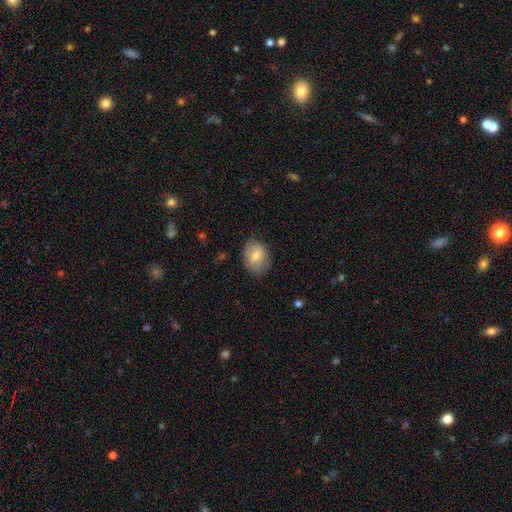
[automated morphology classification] The model was most divided on "how rounded": in between: 65%, round: 34%, cigar-shaped: 1%. More confident: merging — none (79%); smooth or featured — smooth (74%).